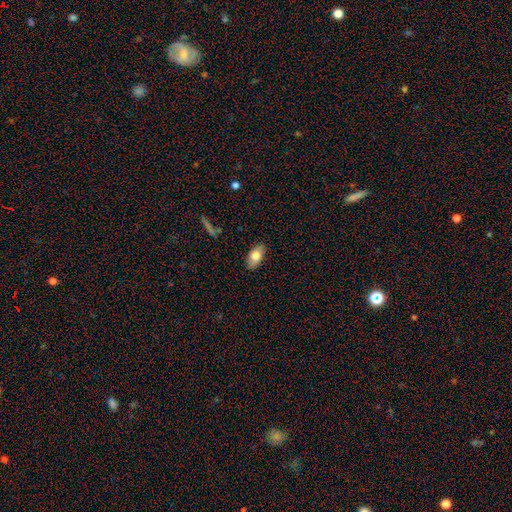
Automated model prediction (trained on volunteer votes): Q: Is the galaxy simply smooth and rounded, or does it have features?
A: smooth — 76%.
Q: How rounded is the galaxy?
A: in between — 91%.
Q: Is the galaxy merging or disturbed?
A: none — 87%.